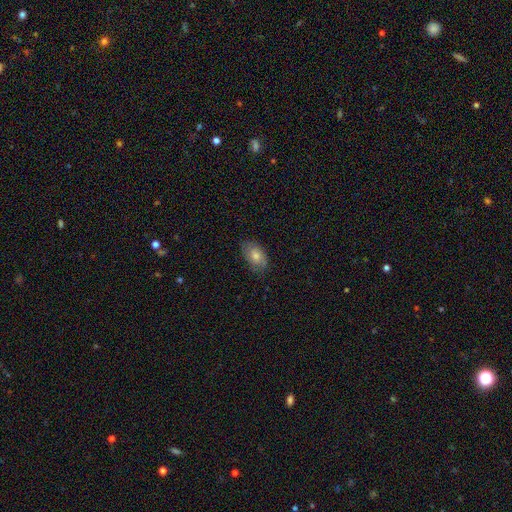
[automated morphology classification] smooth_or_featured: smooth (p=0.68) [alt: featured or disk p=0.21]
how_rounded: in between (p=0.88) [alt: round p=0.10]
merging: none (p=0.78) [alt: minor disturbance p=0.17]